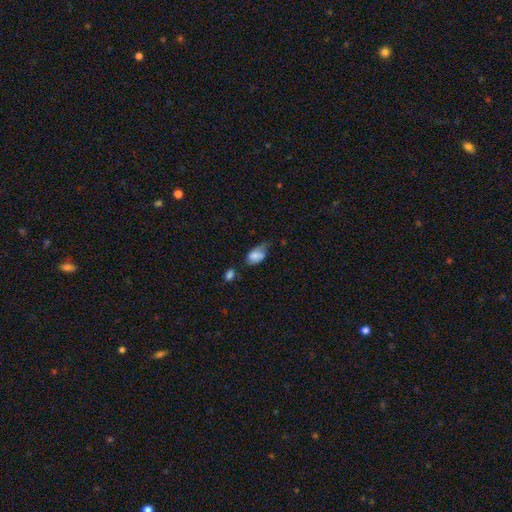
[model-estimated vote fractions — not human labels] Smooth or featured: smooth — 77% (featured or disk — 15%)
How rounded: in between — 91% (round — 7%)
Merging: minor disturbance — 39% (none — 36%)